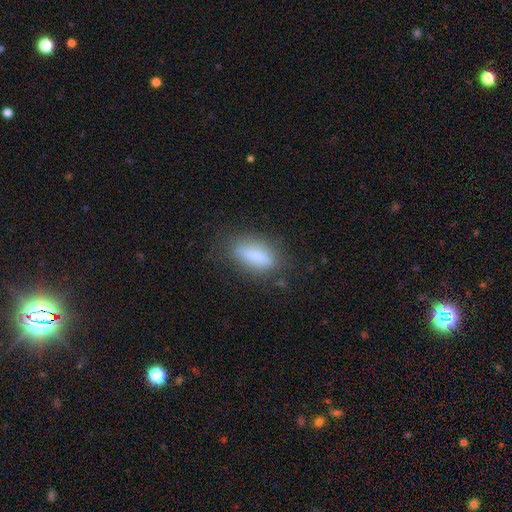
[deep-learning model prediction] Morphology: type=smooth (74%); roundness=in between (64%); merging=none (71%).